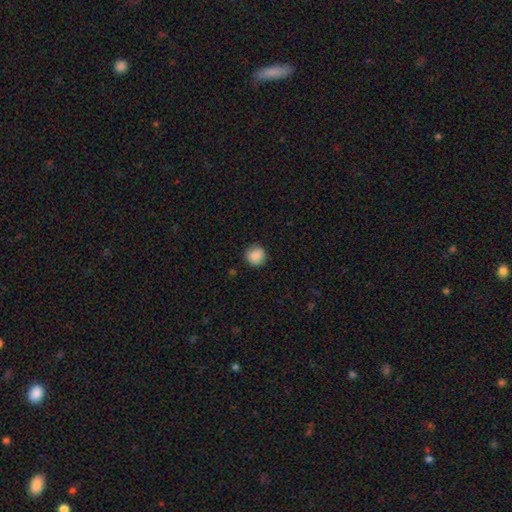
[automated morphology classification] A smooth galaxy with no disk features (88%) that is round (91%).

Vote fractions:
- Smooth or featured? smooth: 88% / star or artifact: 9% / featured or disk: 3%
- How rounded? round: 91% / in between: 8% / cigar-shaped: 1%
- Merging? none: 89% / minor disturbance: 8% / major disturbance: 2% / merger: 1%